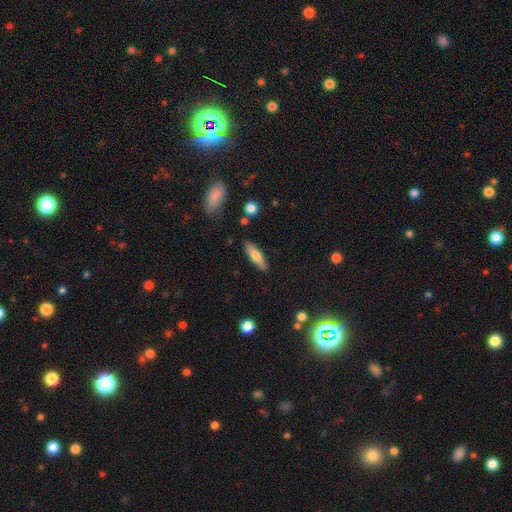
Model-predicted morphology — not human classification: This appears to be a smooth galaxy with no disk features (63%) that is cigar-shaped (63%). Merging: none (86%).